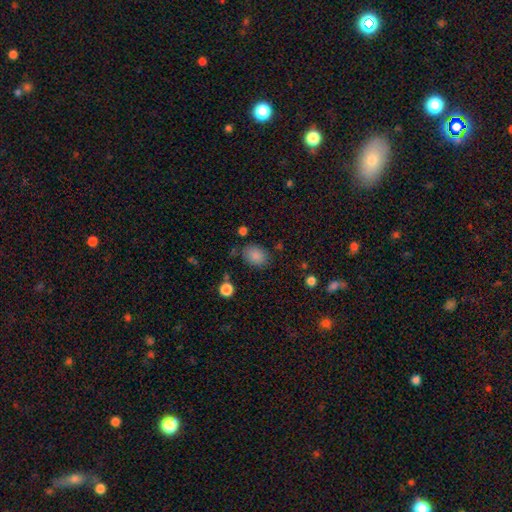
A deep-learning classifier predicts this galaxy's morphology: smooth-or-featured: smooth: 86% | star or artifact: 10% | featured or disk: 4%
  how-rounded: in between: 64% | round: 35% | cigar-shaped: 1%
  merging: none: 76% | minor disturbance: 16% | major disturbance: 5% | merger: 3%